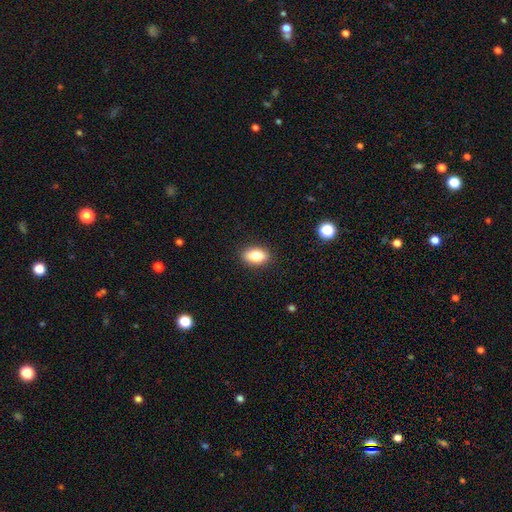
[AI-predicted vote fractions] smooth_or_featured: smooth (p=0.82) [alt: featured or disk p=0.10]
how_rounded: in between (p=0.87) [alt: round p=0.10]
merging: none (p=0.89) [alt: minor disturbance p=0.08]